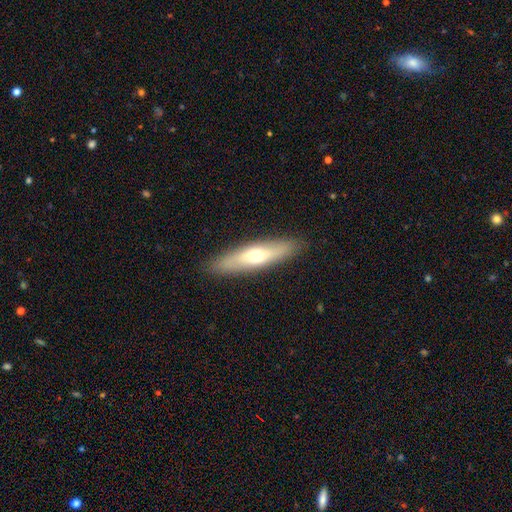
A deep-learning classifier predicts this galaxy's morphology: Q: Smooth or featured?
A: smooth (52%); runner-up: featured or disk (42%)
Q: How rounded?
A: cigar-shaped (71%); runner-up: in between (27%)
Q: Merging?
A: none (89%); runner-up: minor disturbance (8%)